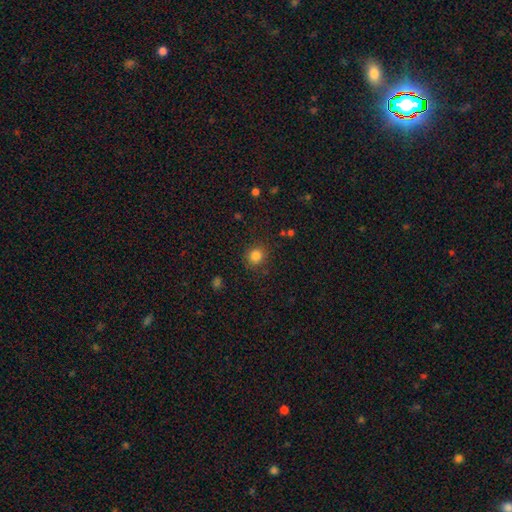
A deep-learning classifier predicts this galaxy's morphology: Smooth or featured? smooth (83%)
How rounded? round (88%)
Merging? none (87%)